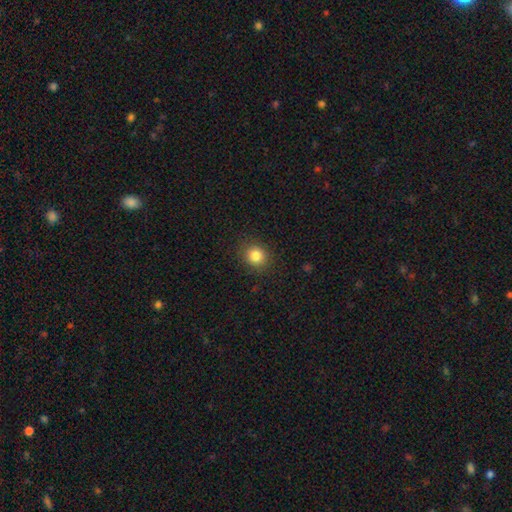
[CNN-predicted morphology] A smooth galaxy with no disk features (83%) that is round (82%).

Vote fractions:
- Smooth or featured? smooth: 83% / star or artifact: 11% / featured or disk: 6%
- How rounded? round: 82% / in between: 17% / cigar-shaped: 1%
- Merging? none: 89% / minor disturbance: 8% / major disturbance: 3% / merger: 1%